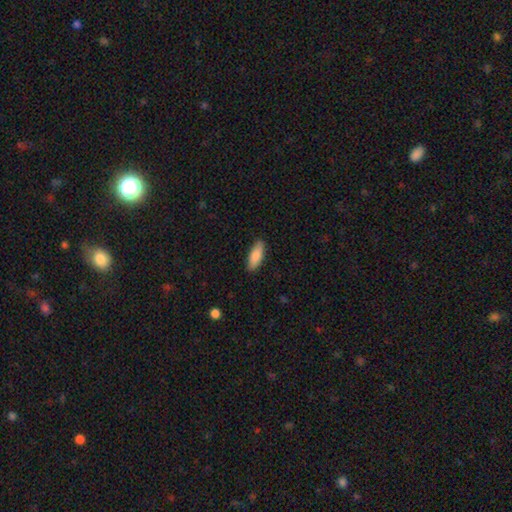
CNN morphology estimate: This is clearly a smooth galaxy (87%). How rounded: likely in between (71%). Merging: clearly none (86%).